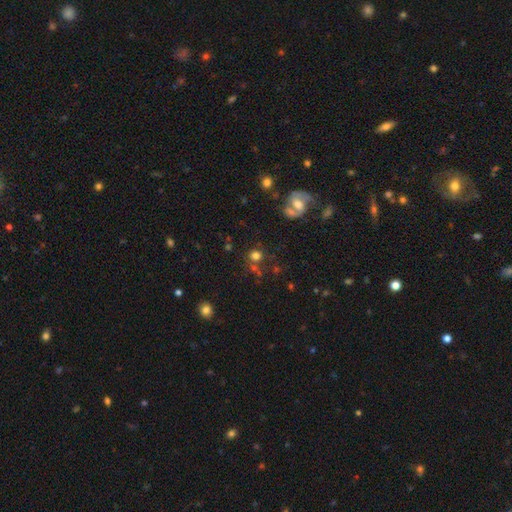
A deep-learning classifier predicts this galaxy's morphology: smooth_or_featured: smooth (p=0.70) [alt: star or artifact p=0.18]
how_rounded: round (p=0.85) [alt: in between p=0.14]
merging: none (p=0.67) [alt: merger p=0.16]